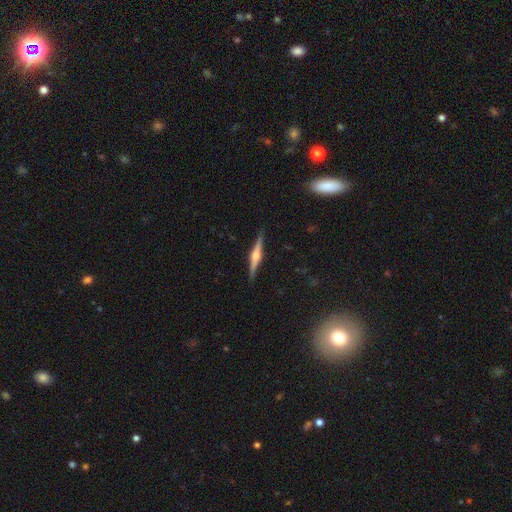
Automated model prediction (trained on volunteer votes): A featured or disk galaxy (78%) viewed edge-on (98%) with a rounded central bulge (90%). Merging: none (90%).